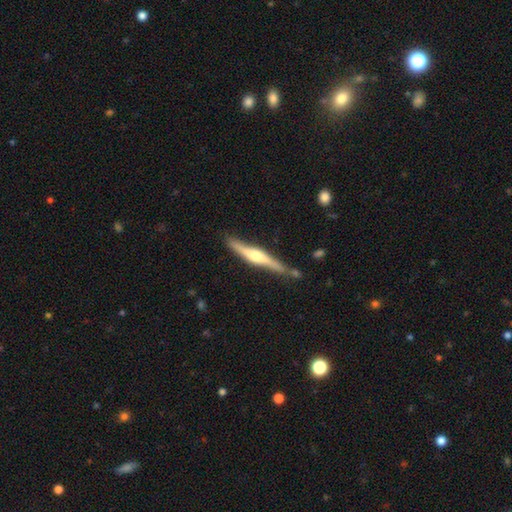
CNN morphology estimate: Smooth or featured: featured or disk — 72% (smooth — 23%)
Edge-on disk: yes — 96% (no — 4%)
Edge-on bulge: rounded — 88% (boxy — 7%)
Merging: none — 76% (minor disturbance — 16%)